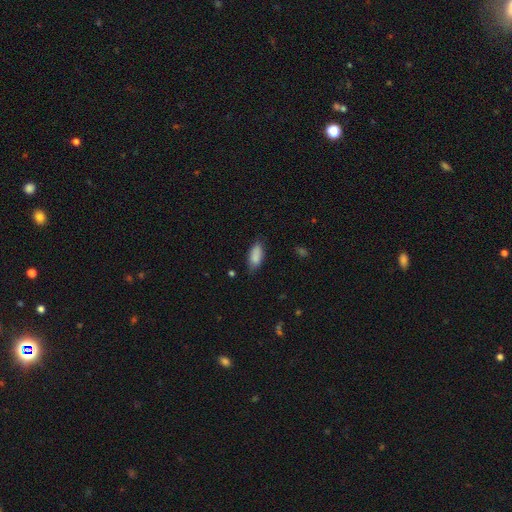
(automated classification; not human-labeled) Overall: smooth (87%). How rounded: in between (86%). Merging: none (76%).